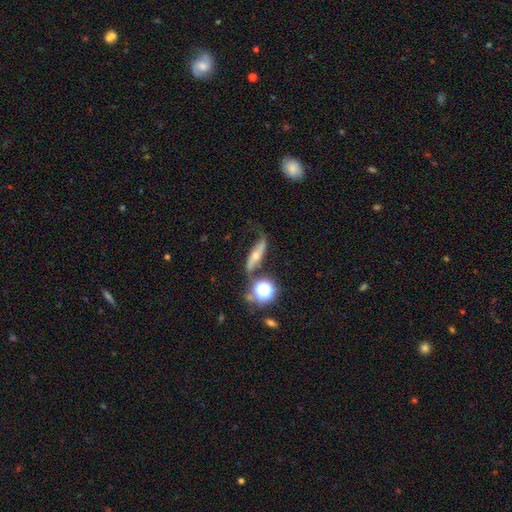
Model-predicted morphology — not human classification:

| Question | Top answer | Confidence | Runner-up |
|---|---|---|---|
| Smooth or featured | featured or disk | 74% | smooth (15%) |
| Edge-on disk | no | 73% | yes (27%) |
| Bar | no | 49% | strong (30%) |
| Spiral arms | yes | 91% | no (9%) |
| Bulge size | moderate | 48% | small (42%) |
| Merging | none | 60% | minor disturbance (20%) |